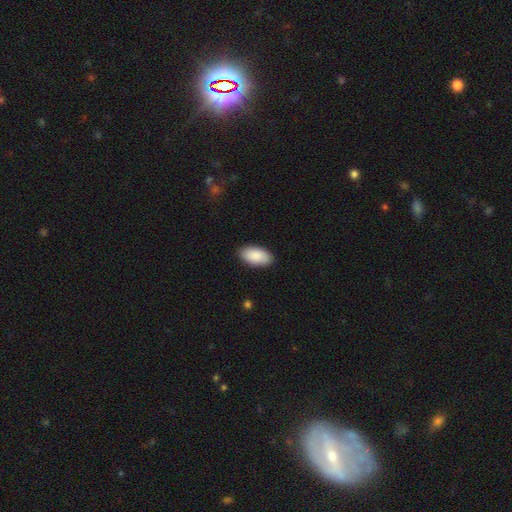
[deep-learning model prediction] Q: Smooth or featured?
A: smooth (89%); runner-up: star or artifact (6%)
Q: How rounded?
A: in between (95%); runner-up: cigar-shaped (3%)
Q: Merging?
A: none (89%); runner-up: minor disturbance (9%)